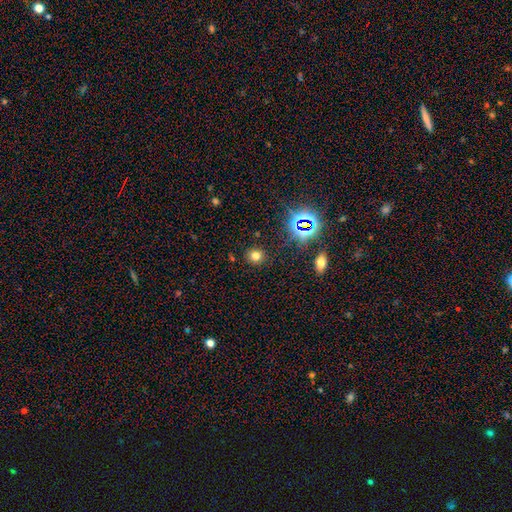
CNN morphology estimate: This is likely a smooth galaxy (70%). How rounded: clearly round (88%). Merging: clearly none (88%).